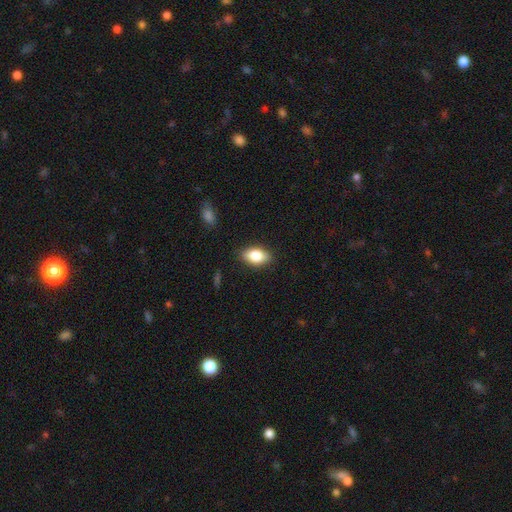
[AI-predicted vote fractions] Morphology: type=smooth (80%); roundness=in between (86%); merging=none (85%).